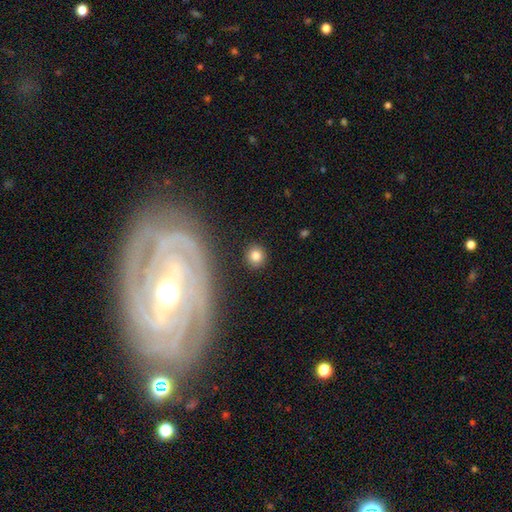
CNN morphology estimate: Smooth or featured? smooth (82%)
How rounded? round (90%)
Merging? none (90%)